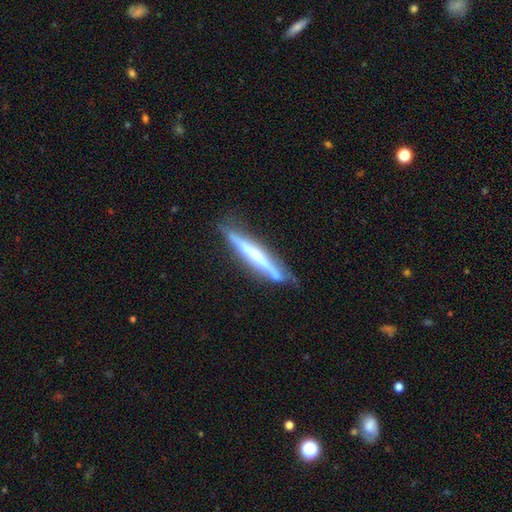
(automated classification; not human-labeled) Smooth or featured: featured or disk — 62% (smooth — 32%)
Edge-on disk: yes — 94% (no — 6%)
Edge-on bulge: none — 52% (rounded — 29%)
Merging: none — 74% (minor disturbance — 19%)